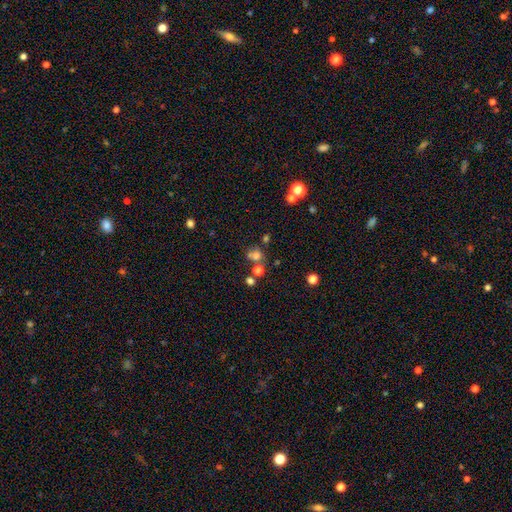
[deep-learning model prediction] Q: Smooth or featured?
A: smooth (66%); runner-up: star or artifact (21%)
Q: How rounded?
A: round (81%); runner-up: in between (18%)
Q: Merging?
A: none (54%); runner-up: merger (31%)